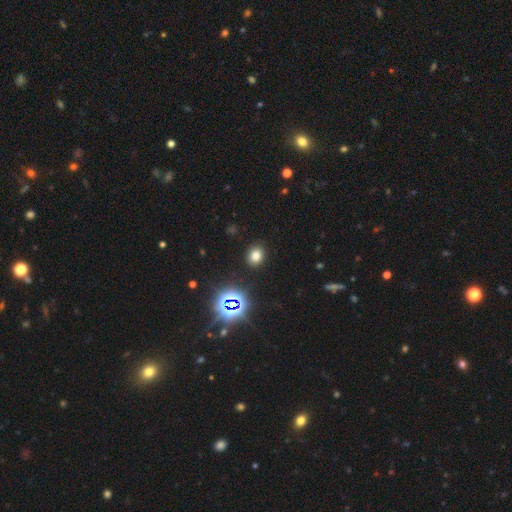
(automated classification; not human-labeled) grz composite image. It shows a smooth galaxy with no disk features (74%) that is round (58%). Merging: none (89%).